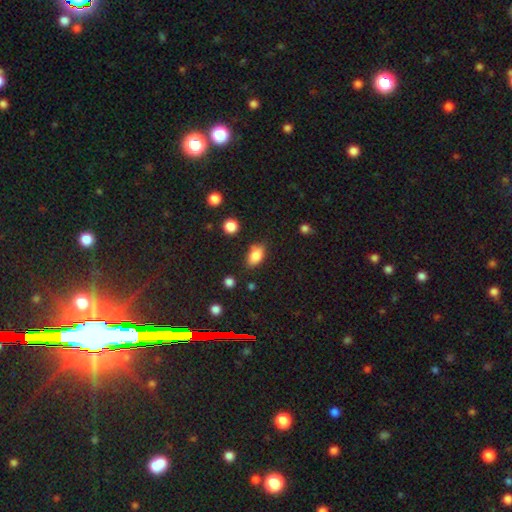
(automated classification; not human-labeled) Smooth or featured? Predicted: smooth (p=0.83). How rounded? Predicted: in between (p=0.87). Merging? Predicted: none (p=0.73).